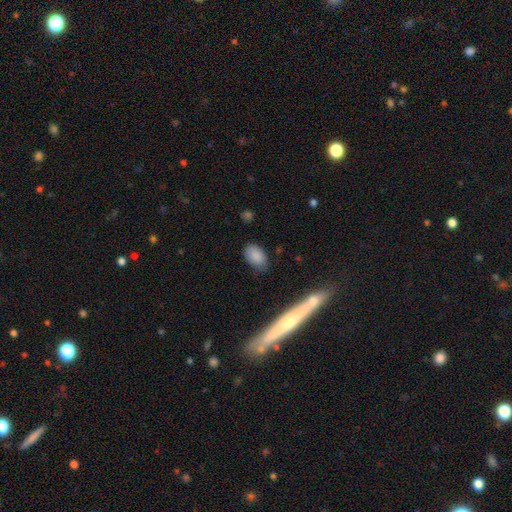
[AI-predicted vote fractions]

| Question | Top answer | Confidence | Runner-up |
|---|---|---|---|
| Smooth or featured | smooth | 85% | star or artifact (9%) |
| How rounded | in between | 91% | round (7%) |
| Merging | none | 76% | minor disturbance (18%) |